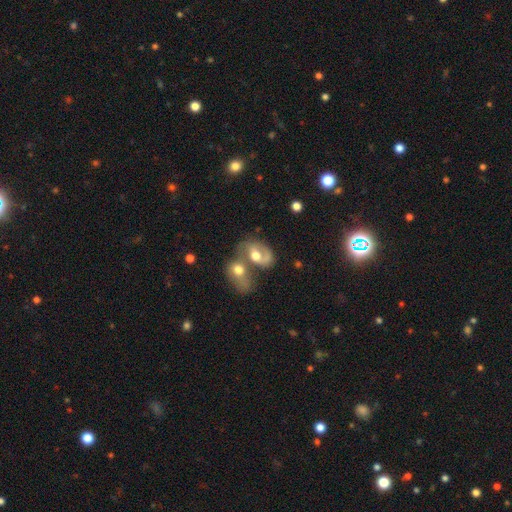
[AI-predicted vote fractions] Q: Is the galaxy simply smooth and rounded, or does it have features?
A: featured or disk — 54%.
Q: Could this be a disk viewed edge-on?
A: no — 96%.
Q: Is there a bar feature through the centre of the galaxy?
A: no — 64%.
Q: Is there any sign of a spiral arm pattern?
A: yes — 63%.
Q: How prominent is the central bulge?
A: moderate — 65%.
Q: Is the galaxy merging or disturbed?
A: merger — 68%.